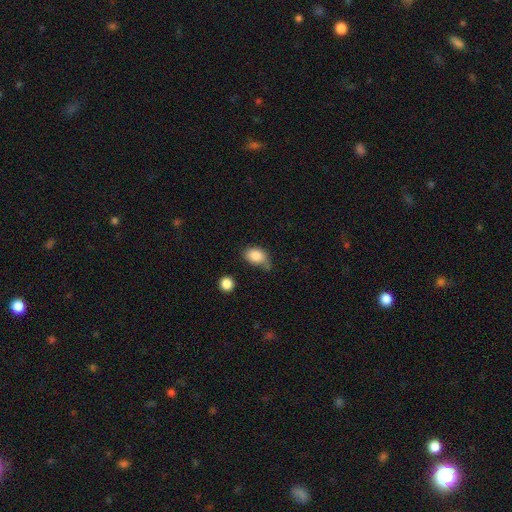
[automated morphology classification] This appears to be a smooth galaxy with no disk features (85%) that is in between round and cigar-shaped (75%). Merging: none (48%).